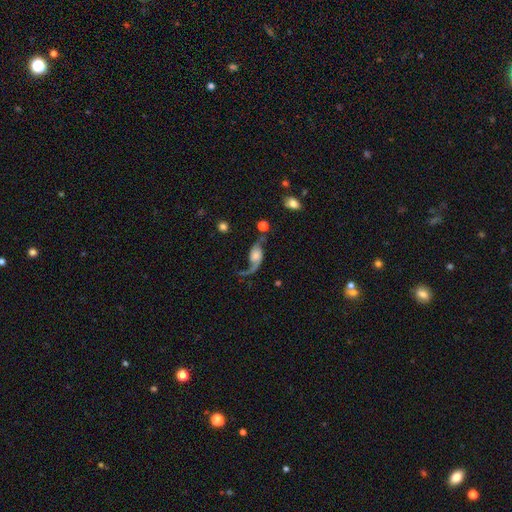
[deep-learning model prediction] This is clearly a featured or disk galaxy (85%). It is clearly not viewed edge-on (94%). Bar: likely no (64%). Spiral arm pattern: clearly yes (96%). Spiral arm count: clearly 2 (87%). Spiral winding: clearly loose (85%). Central bulge: marginally small (28%, tied with moderate). Merging: possibly none (59%).